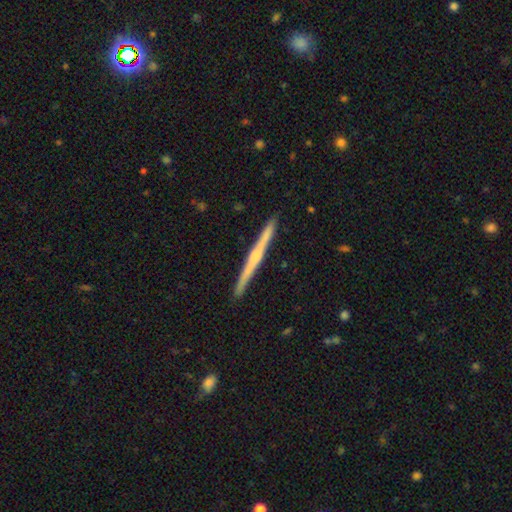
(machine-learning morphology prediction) The model was most divided on "edge-on bulge": rounded: 61%, none: 31%, boxy: 8%. More confident: edge-on disk — yes (98%); merging — none (92%); smooth or featured — featured or disk (71%).